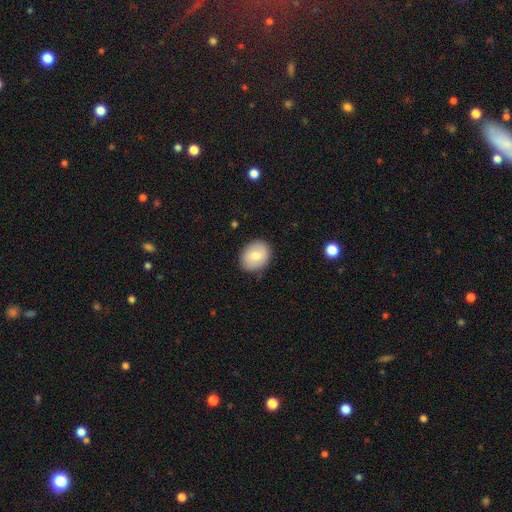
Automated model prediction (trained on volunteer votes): Morphology: type=smooth (76%); roundness=round (50%); merging=none (86%).